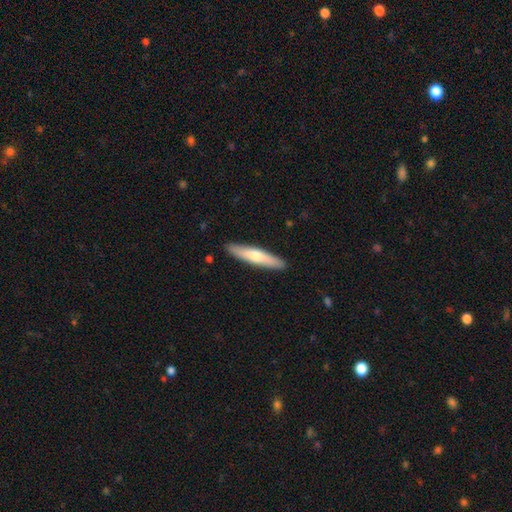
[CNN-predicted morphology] Smooth or featured? smooth (61%)
How rounded? cigar-shaped (87%)
Merging? none (91%)